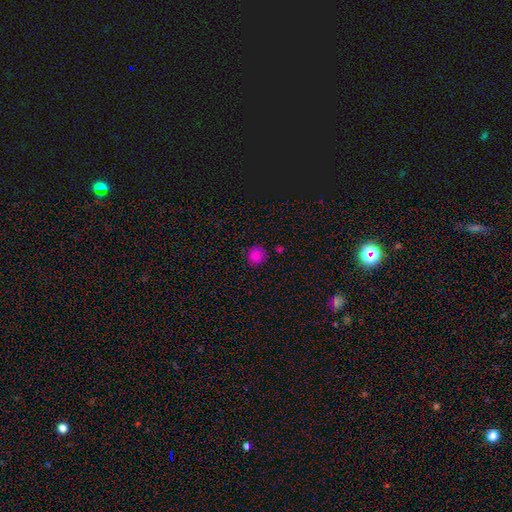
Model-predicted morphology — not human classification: Smooth or featured?
  - smooth: 82% *
  - star or artifact: 15%
  - featured or disk: 3%
How rounded?
  - round: 91% *
  - in between: 8%
  - cigar-shaped: 1%
Merging?
  - none: 83% *
  - minor disturbance: 11%
  - merger: 4%
  - major disturbance: 3%